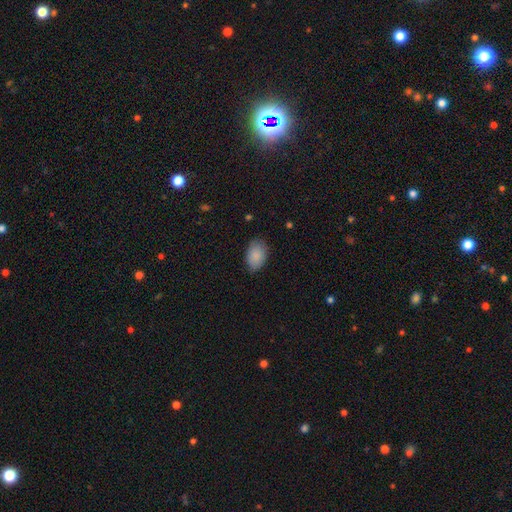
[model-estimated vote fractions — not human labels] smooth 88%, star or artifact 6%, featured or disk 6%. Down the decision tree: how rounded — in between (90%); merging — none (80%).